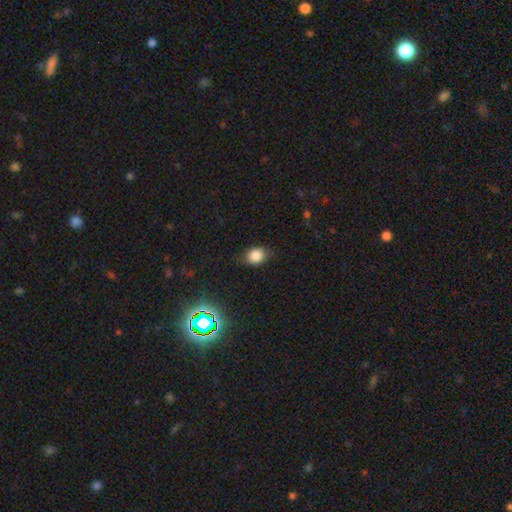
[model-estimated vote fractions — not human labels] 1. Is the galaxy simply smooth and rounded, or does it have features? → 82% smooth, 12% star or artifact, 6% featured or disk.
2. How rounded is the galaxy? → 58% in between, 41% round, 1% cigar-shaped.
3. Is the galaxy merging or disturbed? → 79% none, 16% minor disturbance, 4% major disturbance, 1% merger.